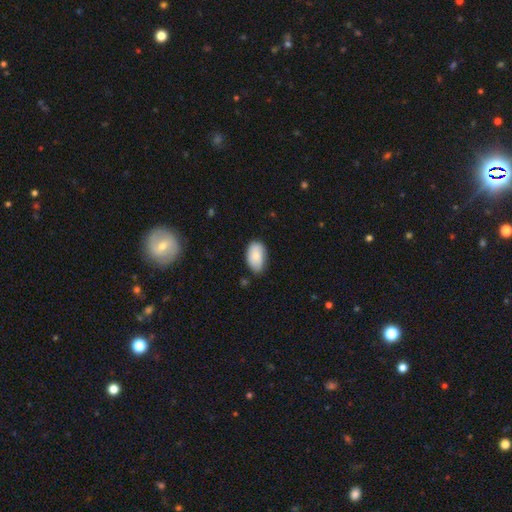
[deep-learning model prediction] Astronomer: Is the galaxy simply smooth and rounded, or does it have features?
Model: smooth — 82%.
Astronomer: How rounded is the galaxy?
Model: in between — 92%.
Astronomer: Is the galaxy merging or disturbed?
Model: none — 70%.